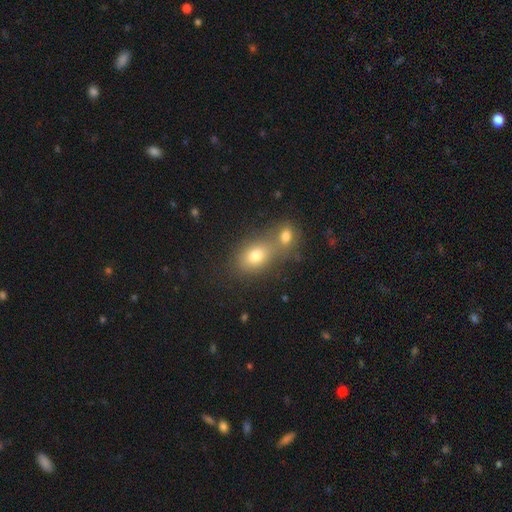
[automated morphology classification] A smooth galaxy with no disk features (73%) that is in between round and cigar-shaped (71%).

Vote fractions:
- Smooth or featured? smooth: 73% / featured or disk: 14% / star or artifact: 13%
- How rounded? in between: 71% / round: 27% / cigar-shaped: 2%
- Merging? merger: 47% / none: 41% / minor disturbance: 9% / major disturbance: 4%